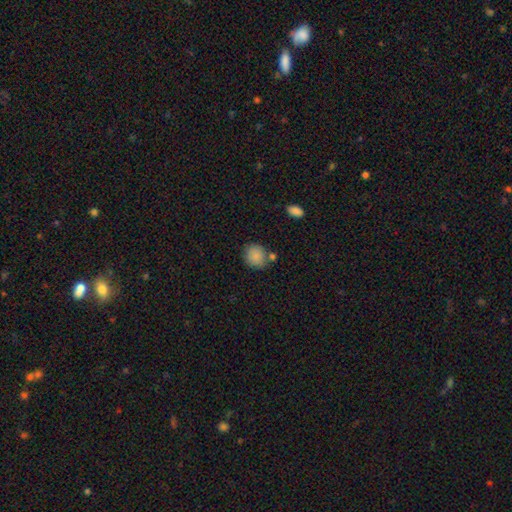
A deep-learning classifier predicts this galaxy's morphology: smooth-or-featured: smooth: 86% | star or artifact: 8% | featured or disk: 6%
  how-rounded: round: 81% | in between: 18% | cigar-shaped: 1%
  merging: none: 68% | merger: 14% | minor disturbance: 14% | major disturbance: 4%